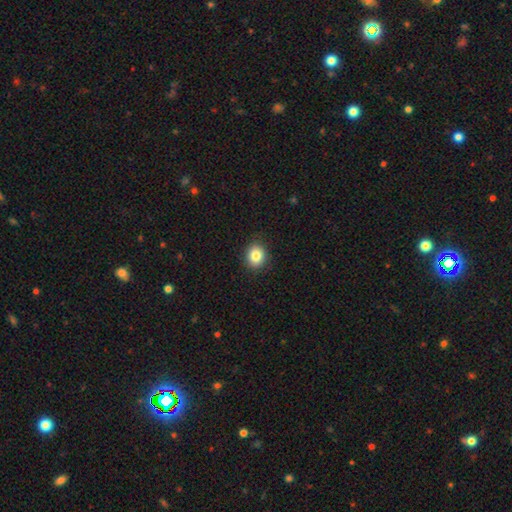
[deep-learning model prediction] smooth 84%, star or artifact 10%, featured or disk 6%. Down the decision tree: how rounded — round (70%); merging — none (90%).